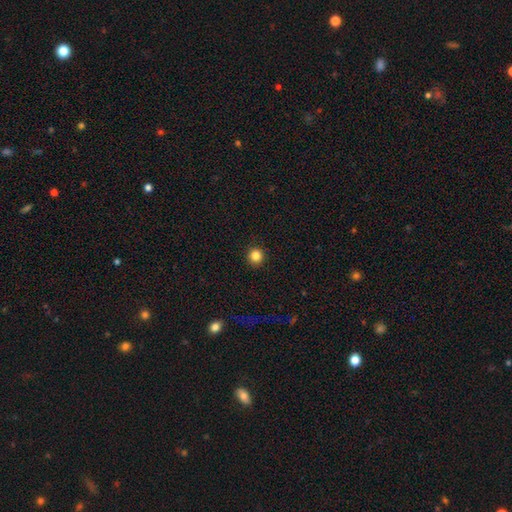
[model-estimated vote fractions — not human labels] Smooth or featured? smooth (84%)
How rounded? round (95%)
Merging? none (93%)